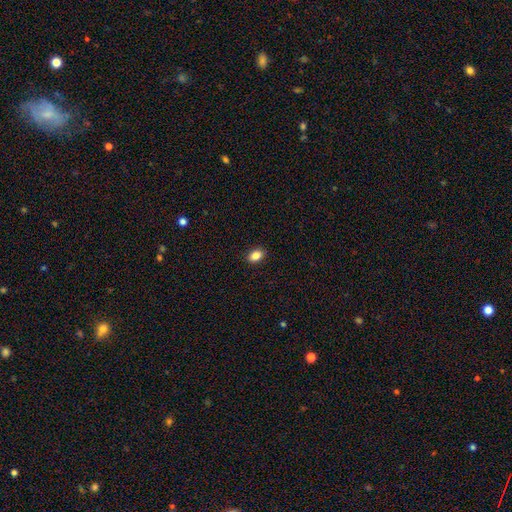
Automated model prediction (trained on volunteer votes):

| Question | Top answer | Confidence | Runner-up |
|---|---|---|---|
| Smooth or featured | smooth | 85% | star or artifact (9%) |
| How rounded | in between | 77% | round (22%) |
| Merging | none | 90% | minor disturbance (7%) |